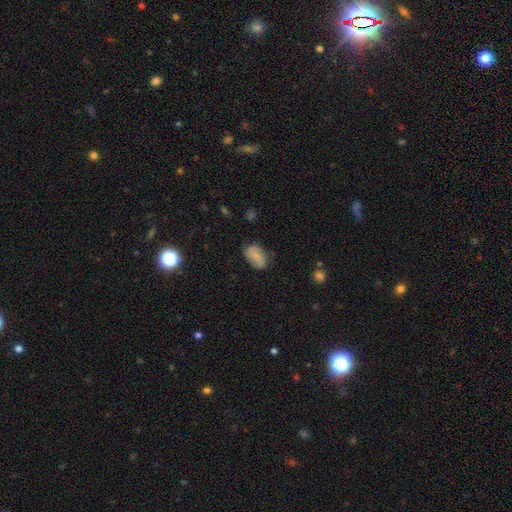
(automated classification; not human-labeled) A smooth galaxy with no disk features (62%) that is in between round and cigar-shaped (87%).

Vote fractions:
- Smooth or featured? smooth: 62% / featured or disk: 29% / star or artifact: 9%
- How rounded? in between: 87% / round: 12% / cigar-shaped: 2%
- Merging? none: 67% / minor disturbance: 24% / major disturbance: 7% / merger: 2%